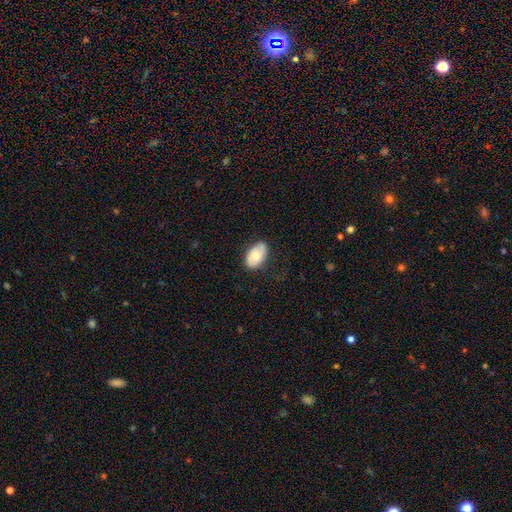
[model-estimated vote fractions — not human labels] Q: Smooth or featured?
A: smooth (66%); runner-up: featured or disk (28%)
Q: How rounded?
A: in between (92%); runner-up: round (6%)
Q: Merging?
A: none (72%); runner-up: minor disturbance (22%)